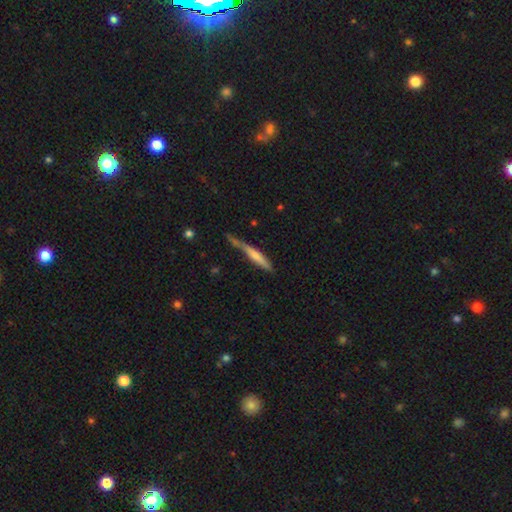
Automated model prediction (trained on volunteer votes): A smooth galaxy with no disk features (54%) that is cigar-shaped (91%).

Vote fractions:
- Smooth or featured? smooth: 54% / featured or disk: 40% / star or artifact: 6%
- How rounded? cigar-shaped: 91% / in between: 8% / round: 2%
- Merging? none: 46% / minor disturbance: 28% / major disturbance: 15% / merger: 11%